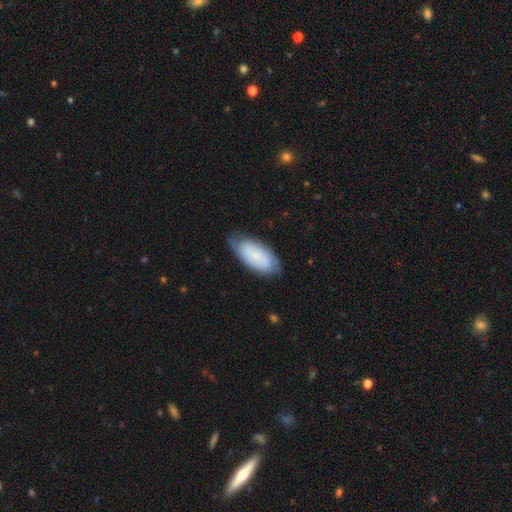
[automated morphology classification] A smooth galaxy with no disk features (60%) that is in between round and cigar-shaped (92%).

Vote fractions:
- Smooth or featured? smooth: 60% / featured or disk: 33% / star or artifact: 7%
- How rounded? in between: 92% / cigar-shaped: 6% / round: 2%
- Merging? none: 68% / minor disturbance: 26% / major disturbance: 5% / merger: 1%